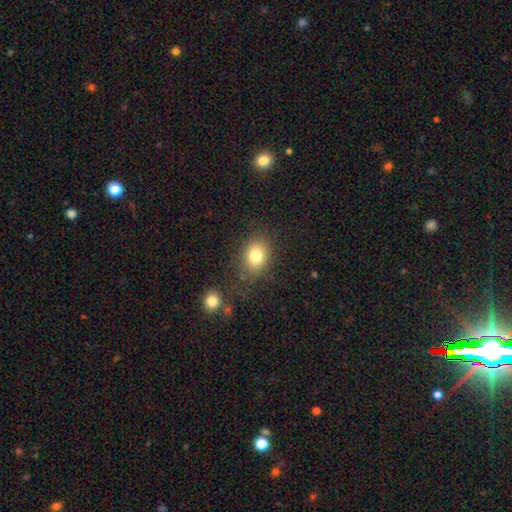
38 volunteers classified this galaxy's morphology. Smooth or featured?
  - smooth: 89% *
  - star or artifact: 8%
  - featured or disk: 3%
How rounded?
  - in between: 65% *
  - round: 35%
  - cigar-shaped: 0%
Merging?
  - none: 69% *
  - minor disturbance: 17%
  - merger: 9%
  - major disturbance: 6%